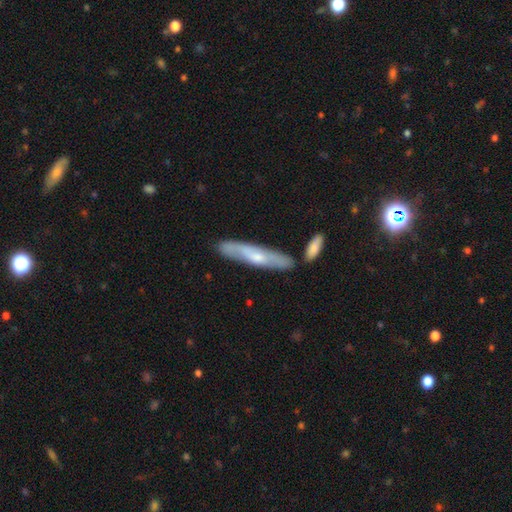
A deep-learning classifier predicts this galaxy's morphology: The model was most divided on "smooth or featured": featured or disk: 51%, smooth: 44%, star or artifact: 6%. More confident: merging — none (76%); edge-on disk — yes (67%).